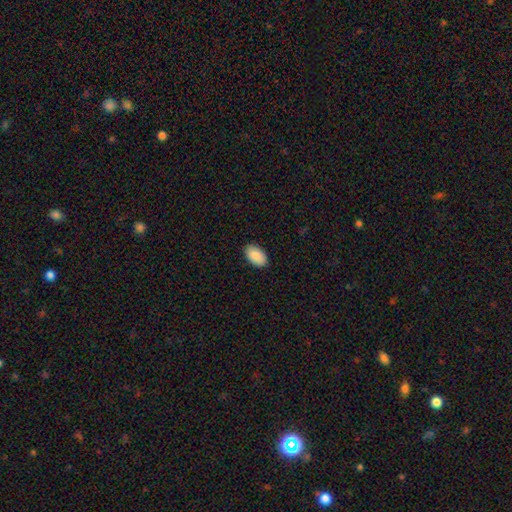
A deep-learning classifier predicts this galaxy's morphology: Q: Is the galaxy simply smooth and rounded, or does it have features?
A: smooth — 89%.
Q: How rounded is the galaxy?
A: in between — 94%.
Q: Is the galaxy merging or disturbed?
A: none — 88%.